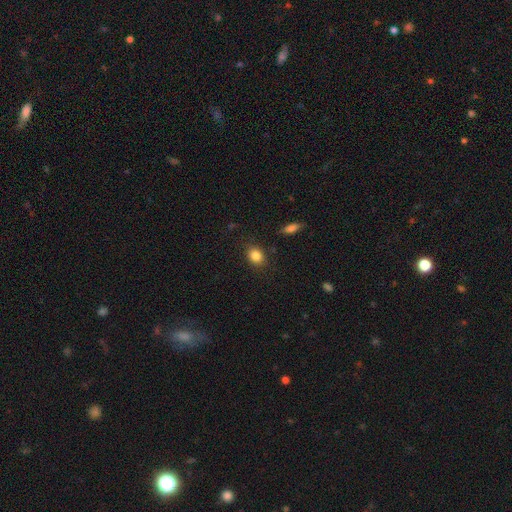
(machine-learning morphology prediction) Smooth or featured: smooth — 84% (star or artifact — 10%)
How rounded: in between — 51% (round — 48%)
Merging: none — 85% (minor disturbance — 10%)